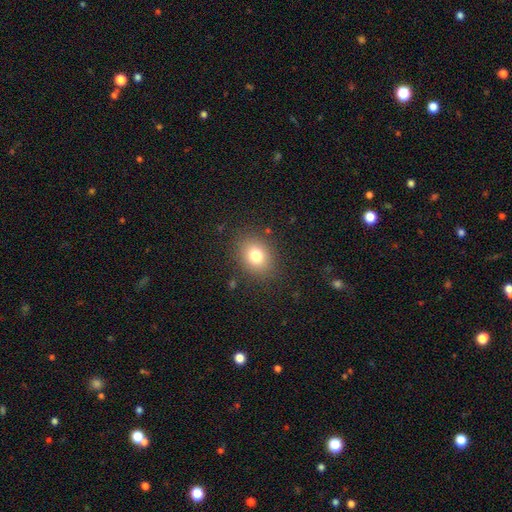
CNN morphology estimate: This appears to be a smooth galaxy with no disk features (78%) that is round (53%). Merging: none (86%).